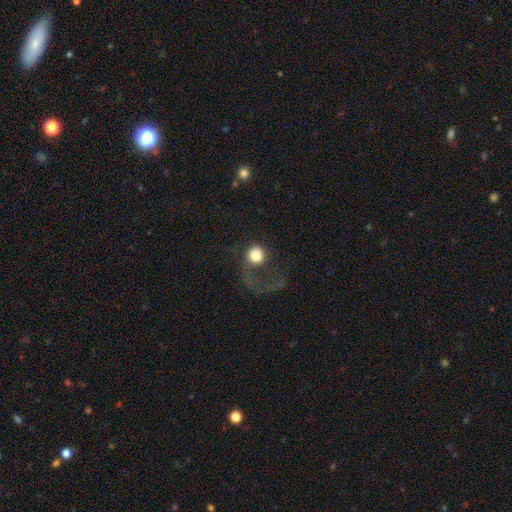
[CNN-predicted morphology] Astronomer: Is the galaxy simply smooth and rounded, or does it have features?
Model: smooth — 70%.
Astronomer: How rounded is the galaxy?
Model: round — 85%.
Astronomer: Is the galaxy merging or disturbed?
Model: major disturbance — 58%.